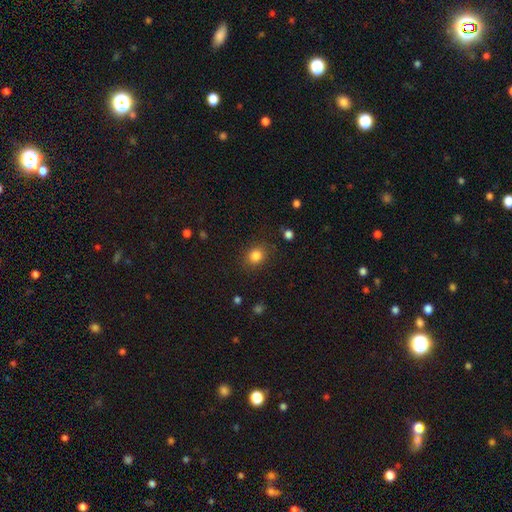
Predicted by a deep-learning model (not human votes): Smooth or featured: smooth — 84% (star or artifact — 11%)
How rounded: round — 60% (in between — 39%)
Merging: none — 84% (minor disturbance — 11%)